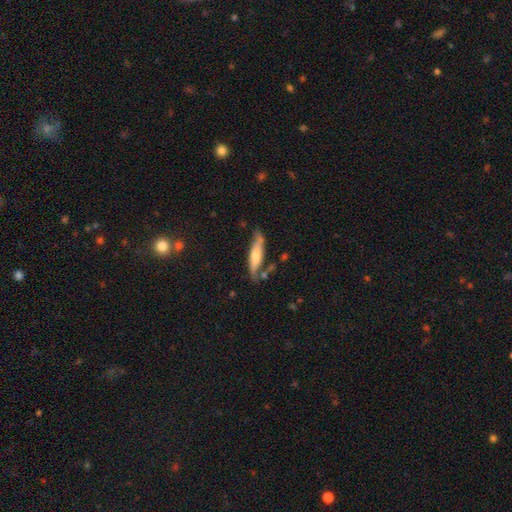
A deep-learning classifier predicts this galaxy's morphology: smooth-or-featured: smooth: 53% | featured or disk: 41% | star or artifact: 6%
  how-rounded: cigar-shaped: 74% | in between: 24% | round: 2%
  merging: none: 65% | minor disturbance: 22% | merger: 7% | major disturbance: 6%